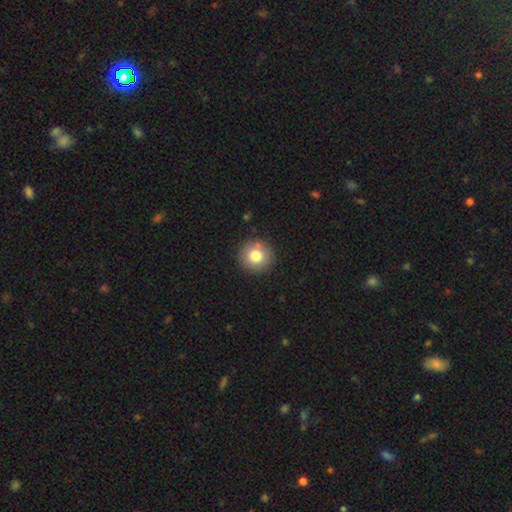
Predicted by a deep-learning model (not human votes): This appears to be a smooth galaxy with no disk features (79%) that is round (93%). Merging: none (88%).